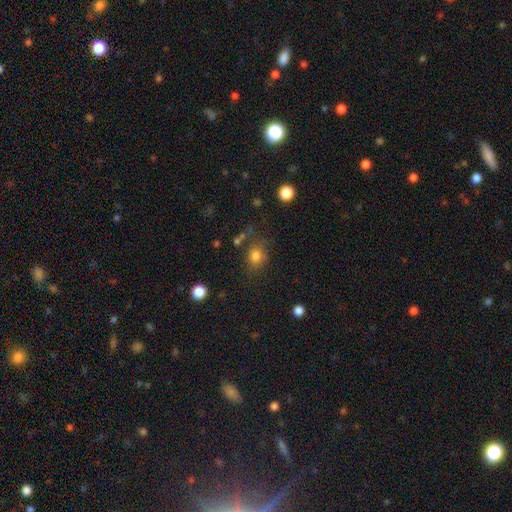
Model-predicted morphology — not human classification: Smooth or featured: smooth — 80% (star or artifact — 13%)
How rounded: round — 54% (in between — 45%)
Merging: none — 70% (minor disturbance — 17%)